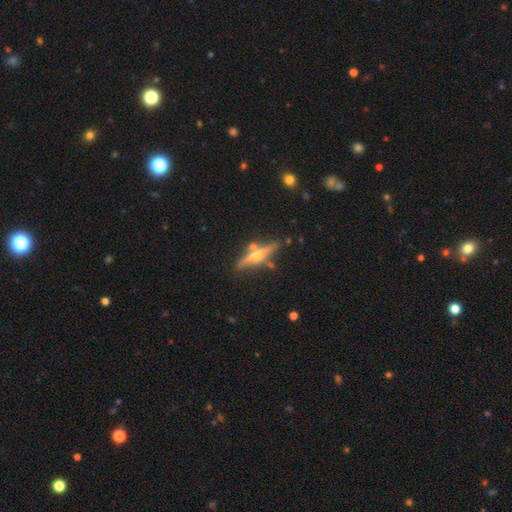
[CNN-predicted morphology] type=featured or disk (76%); edge-on=yes (96%); edge-on bulge=rounded (93%); merging=none (81%).